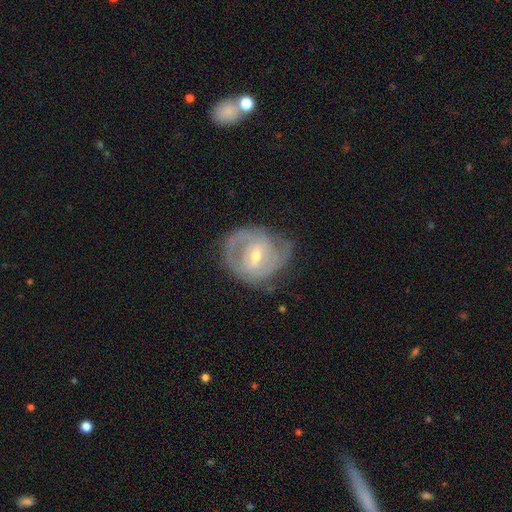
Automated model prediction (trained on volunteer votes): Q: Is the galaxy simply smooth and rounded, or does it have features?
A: featured or disk — 79%.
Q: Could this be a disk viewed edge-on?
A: no — 96%.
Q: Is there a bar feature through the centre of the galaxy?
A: weak — 48%.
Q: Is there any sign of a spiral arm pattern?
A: yes — 84%.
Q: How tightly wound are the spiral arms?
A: tight — 55%.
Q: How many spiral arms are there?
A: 2 — 50%.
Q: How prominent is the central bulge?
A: moderate — 49%.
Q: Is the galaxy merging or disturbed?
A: none — 64%.